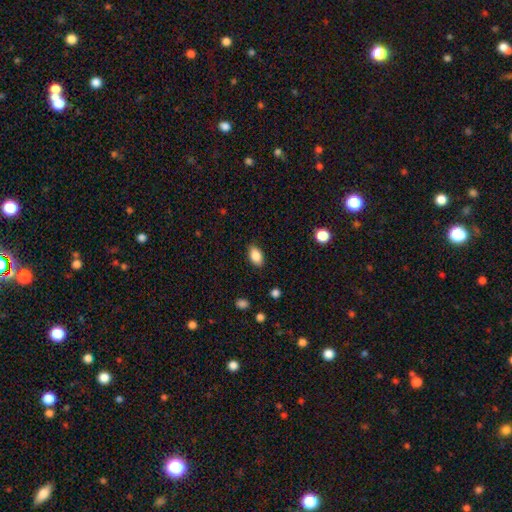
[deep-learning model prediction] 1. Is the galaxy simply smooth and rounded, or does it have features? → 86% smooth, 8% star or artifact, 6% featured or disk.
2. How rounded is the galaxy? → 90% in between, 7% round, 2% cigar-shaped.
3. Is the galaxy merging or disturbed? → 85% none, 11% minor disturbance, 3% major disturbance, 1% merger.